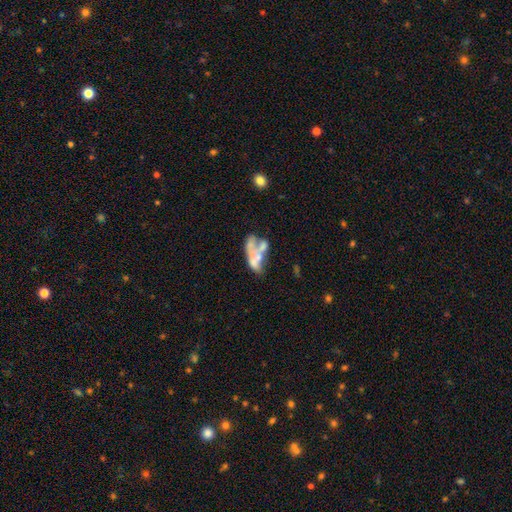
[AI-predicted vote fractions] This appears to be a featured or disk galaxy (55%) with no bar (92%), no spiral arms (94%) and no central bulge (66%). Merging: merger (42%).